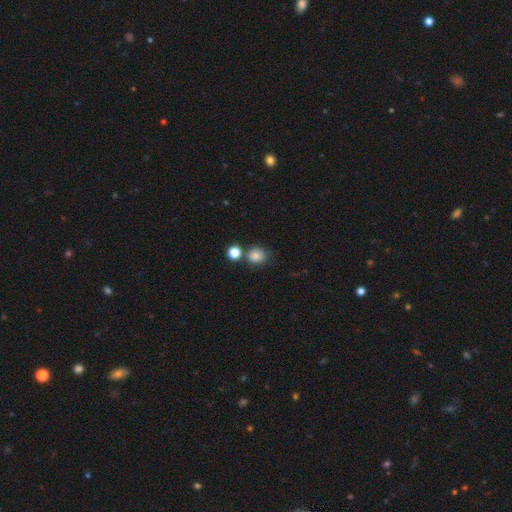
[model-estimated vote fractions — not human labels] Smooth or featured? Predicted: smooth (p=0.83). How rounded? Predicted: round (p=0.80). Merging? Predicted: none (p=0.65).